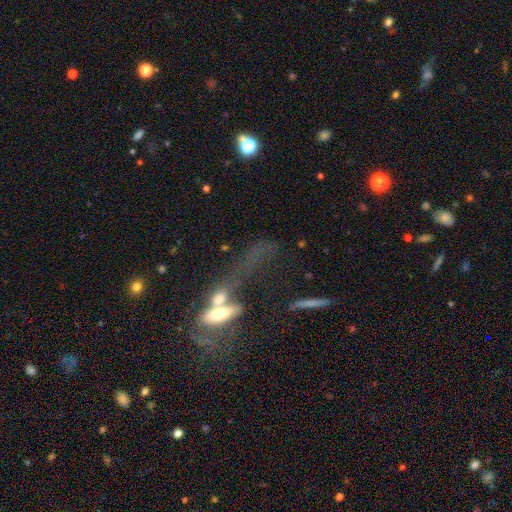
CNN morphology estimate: Smooth or featured? Predicted: featured or disk (p=0.43). Merging? Predicted: merger (p=0.47).